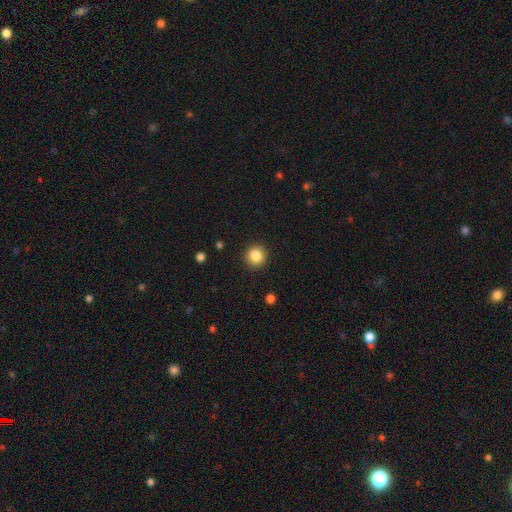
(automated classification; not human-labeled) The model was most divided on "smooth or featured": smooth: 85%, star or artifact: 10%, featured or disk: 5%. More confident: how rounded — round (94%); merging — none (91%).